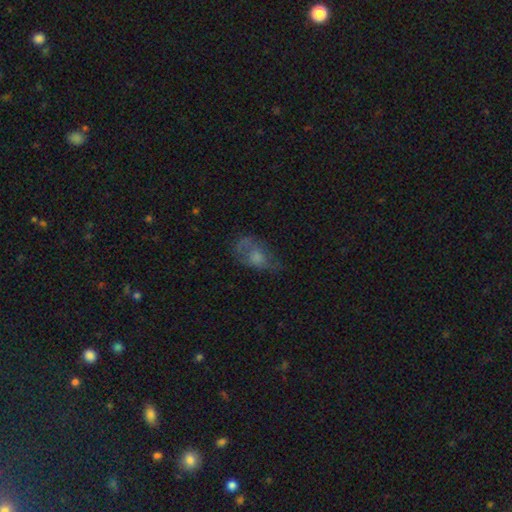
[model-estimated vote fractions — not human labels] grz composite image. It shows a smooth galaxy with no disk features (46%). Merging: none (42%).